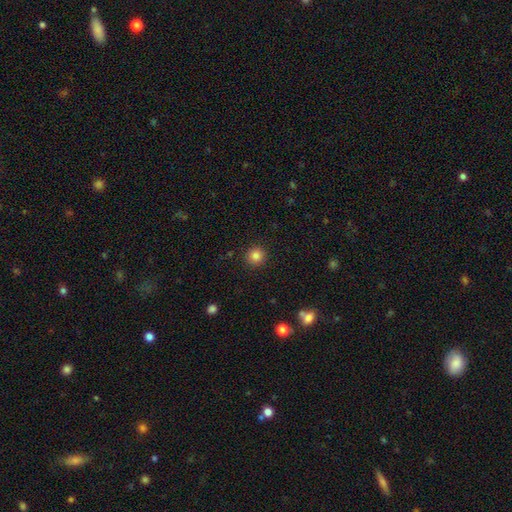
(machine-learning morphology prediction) The model was most divided on "smooth or featured": smooth: 84%, star or artifact: 11%, featured or disk: 5%. More confident: how rounded — round (92%); merging — none (91%).